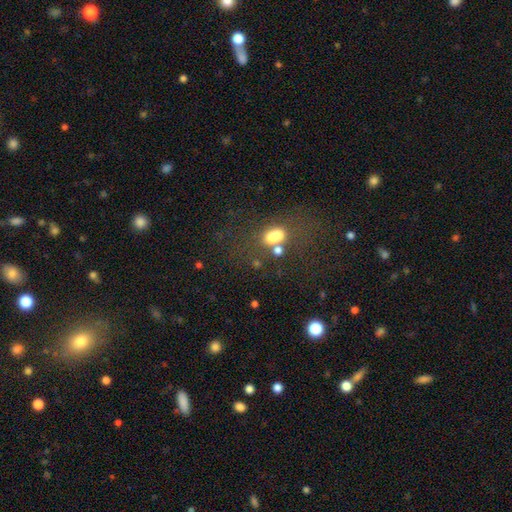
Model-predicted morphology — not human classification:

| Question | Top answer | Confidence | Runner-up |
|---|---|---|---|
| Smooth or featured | smooth | 49% | star or artifact (35%) |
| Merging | none | 57% | merger (18%) |